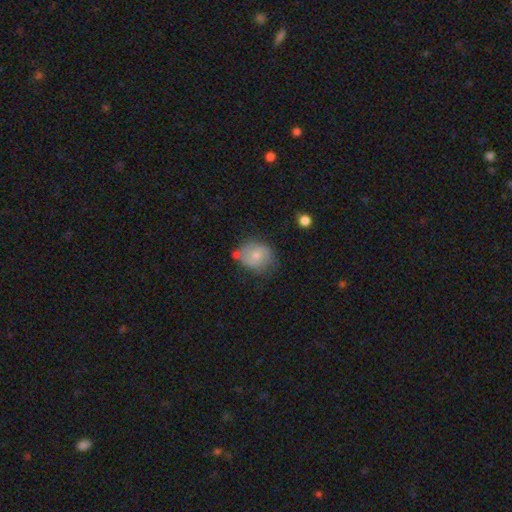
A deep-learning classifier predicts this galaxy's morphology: Smooth or featured? smooth (62%)
How rounded? round (65%)
Merging? none (56%)